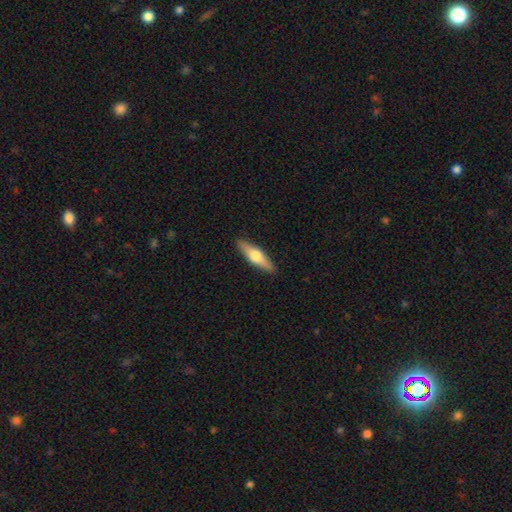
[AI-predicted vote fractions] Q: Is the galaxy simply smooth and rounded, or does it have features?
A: featured or disk — 50%.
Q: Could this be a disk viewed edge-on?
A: yes — 93%.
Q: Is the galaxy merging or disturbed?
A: none — 91%.